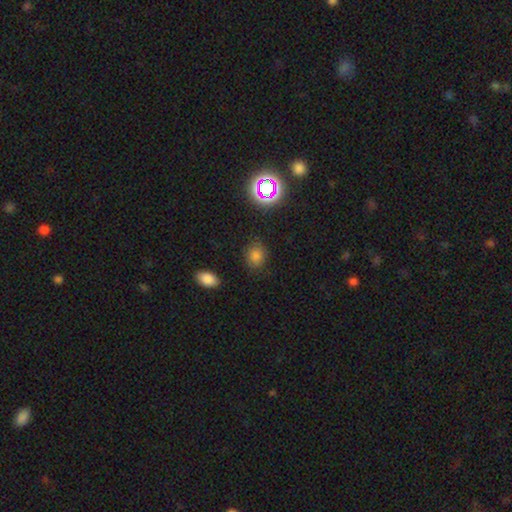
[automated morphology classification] A smooth galaxy with no disk features (76%) that is round (64%).

Vote fractions:
- Smooth or featured? smooth: 76% / star or artifact: 18% / featured or disk: 6%
- How rounded? round: 64% / in between: 35% / cigar-shaped: 1%
- Merging? none: 83% / minor disturbance: 12% / major disturbance: 3% / merger: 2%